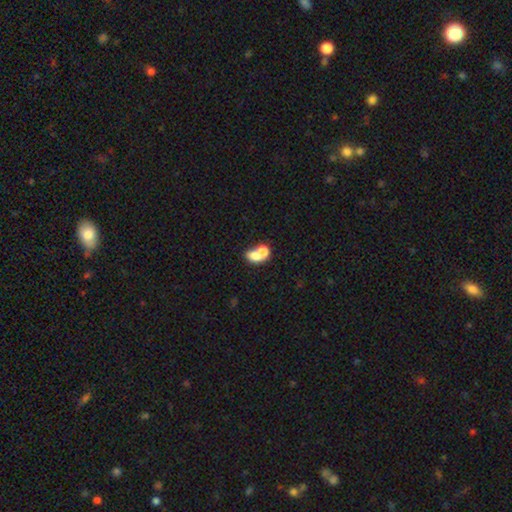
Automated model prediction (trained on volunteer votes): A smooth galaxy with no disk features (70%) that is in between round and cigar-shaped (58%).

Vote fractions:
- Smooth or featured? smooth: 70% / featured or disk: 19% / star or artifact: 11%
- How rounded? in between: 58% / round: 40% / cigar-shaped: 1%
- Merging? merger: 66% / none: 23% / minor disturbance: 6% / major disturbance: 4%